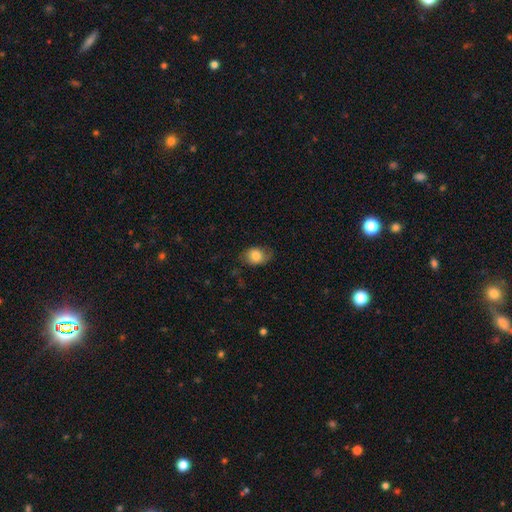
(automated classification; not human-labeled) Smooth or featured? Predicted: smooth (p=0.78). How rounded? Predicted: in between (p=0.66). Merging? Predicted: none (p=0.67).